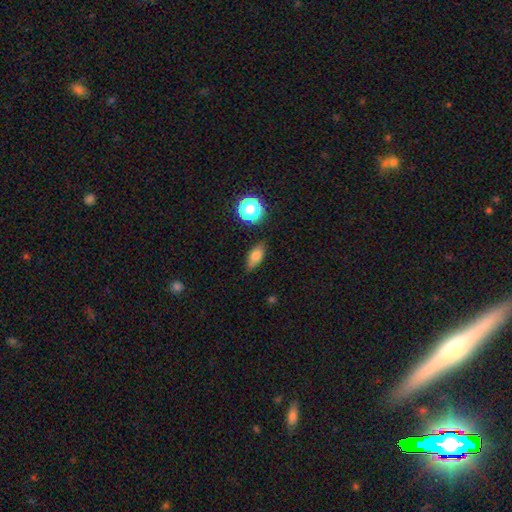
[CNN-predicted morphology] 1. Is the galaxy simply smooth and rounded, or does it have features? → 73% smooth, 15% featured or disk, 12% star or artifact.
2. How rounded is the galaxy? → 76% in between, 13% cigar-shaped, 10% round.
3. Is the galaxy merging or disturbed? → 80% none, 15% minor disturbance, 3% major disturbance, 2% merger.